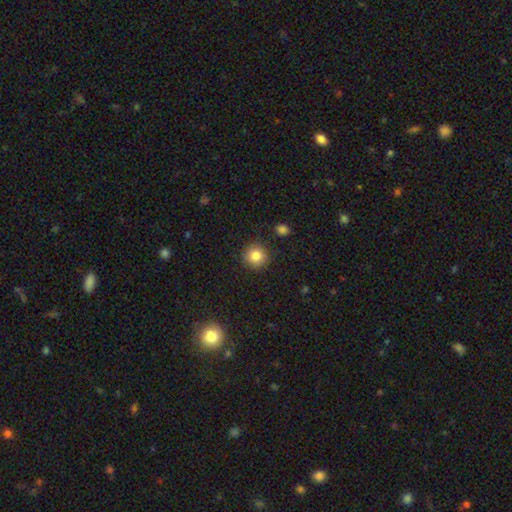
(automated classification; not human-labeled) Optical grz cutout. It shows a smooth galaxy with no disk features (84%) that is round (93%). Merging: none (88%).